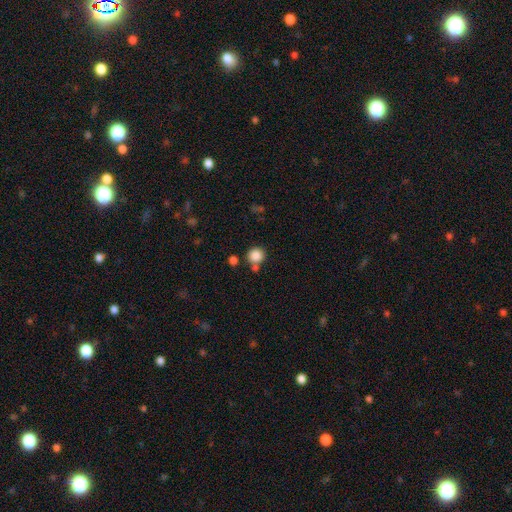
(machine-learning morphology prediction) Smooth or featured? Predicted: smooth (p=0.86). How rounded? Predicted: round (p=0.92). Merging? Predicted: none (p=0.70).